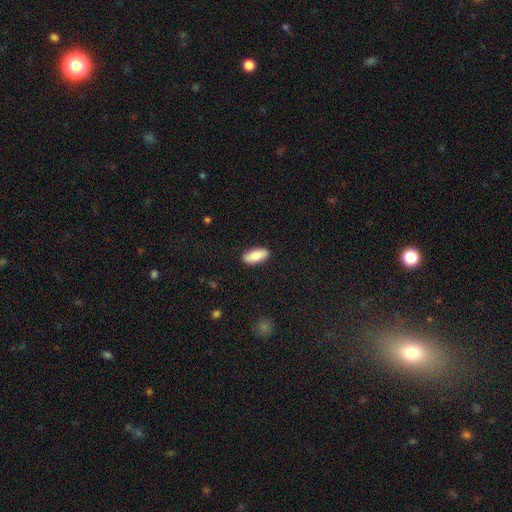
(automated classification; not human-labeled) Smooth or featured?
  - smooth: 86% *
  - featured or disk: 9%
  - star or artifact: 6%
How rounded?
  - in between: 87% *
  - cigar-shaped: 11%
  - round: 2%
Merging?
  - none: 90% *
  - minor disturbance: 8%
  - major disturbance: 2%
  - merger: 1%